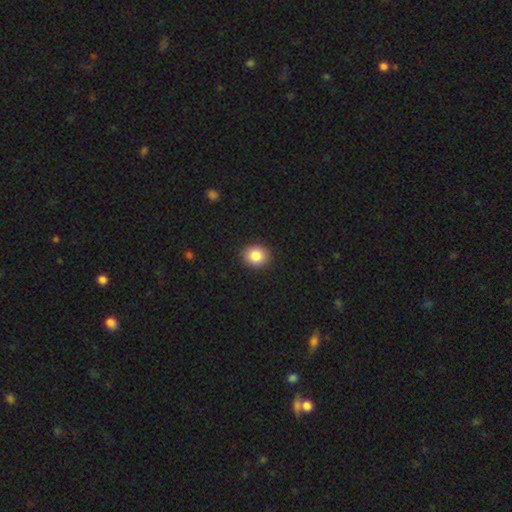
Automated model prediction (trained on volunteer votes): Smooth or featured?
  - smooth: 86% *
  - star or artifact: 9%
  - featured or disk: 5%
How rounded?
  - round: 77% *
  - in between: 22%
  - cigar-shaped: 1%
Merging?
  - none: 91% *
  - minor disturbance: 6%
  - major disturbance: 2%
  - merger: 1%